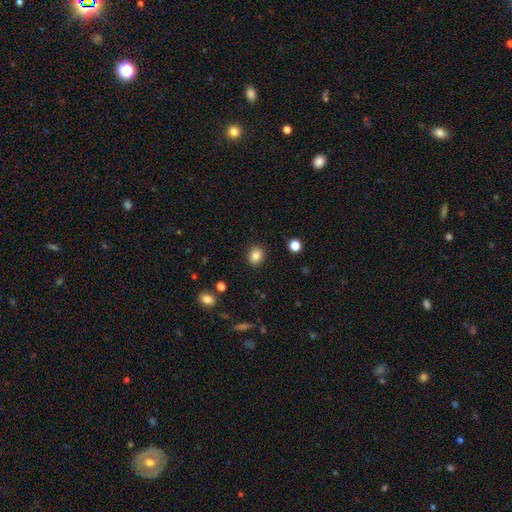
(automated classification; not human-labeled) Smooth or featured?
  - smooth: 84% *
  - star or artifact: 10%
  - featured or disk: 6%
How rounded?
  - round: 67% *
  - in between: 32%
  - cigar-shaped: 1%
Merging?
  - none: 89% *
  - minor disturbance: 8%
  - major disturbance: 2%
  - merger: 1%